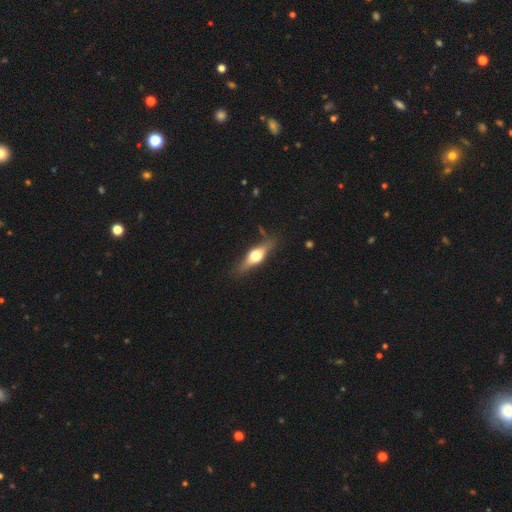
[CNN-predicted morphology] Smooth or featured? Predicted: featured or disk (p=0.60). Edge-on disk? Predicted: yes (p=0.92). Edge-on bulge? Predicted: rounded (p=0.94). Merging? Predicted: none (p=0.81).